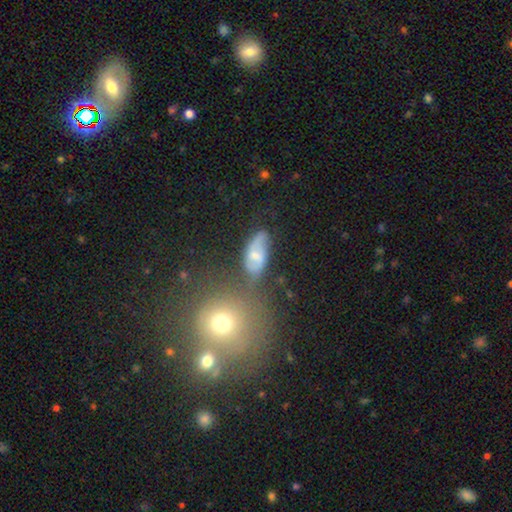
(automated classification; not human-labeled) Smooth or featured: featured or disk — 63% (smooth — 27%)
Edge-on disk: no — 94% (yes — 6%)
Bar: weak — 48% (no — 41%)
Spiral arms: yes — 86% (no — 14%)
Spiral winding: medium — 44% (loose — 37%)
Spiral arm count: 2 — 85% (can't tell — 9%)
Bulge size: small — 45% (moderate — 44%)
Merging: none — 58% (minor disturbance — 21%)